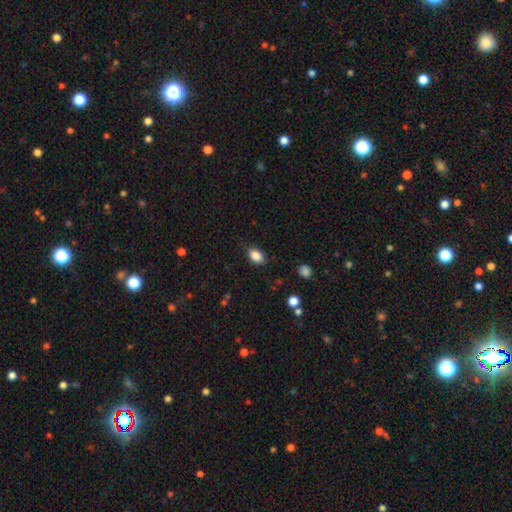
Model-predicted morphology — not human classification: Q: Smooth or featured?
A: smooth (87%); runner-up: star or artifact (8%)
Q: How rounded?
A: in between (83%); runner-up: round (15%)
Q: Merging?
A: none (80%); runner-up: minor disturbance (15%)